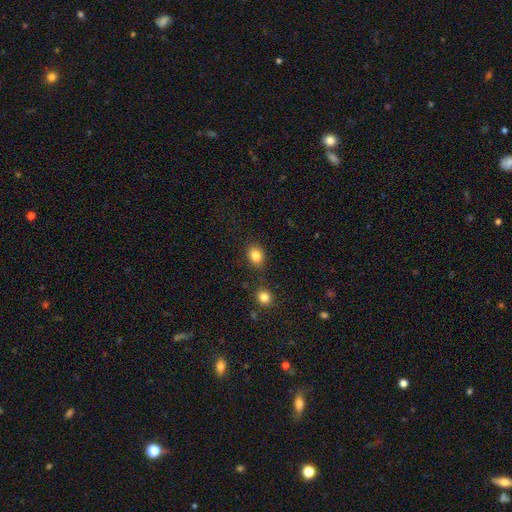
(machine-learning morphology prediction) smooth_or_featured: smooth (p=0.83) [alt: star or artifact p=0.11]
how_rounded: in between (p=0.51) [alt: round p=0.48]
merging: none (p=0.78) [alt: minor disturbance p=0.12]